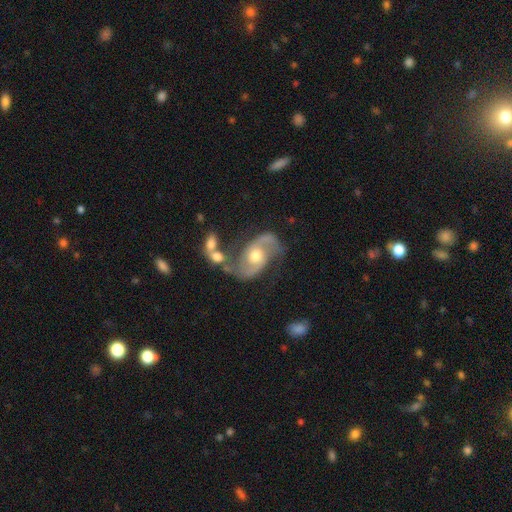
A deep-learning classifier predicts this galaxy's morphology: A featured or disk galaxy (89%) with no bar (62%), 2 (93%) medium (50%) spiral arms (96%) and a moderate central bulge (75%). Merging: none (61%).